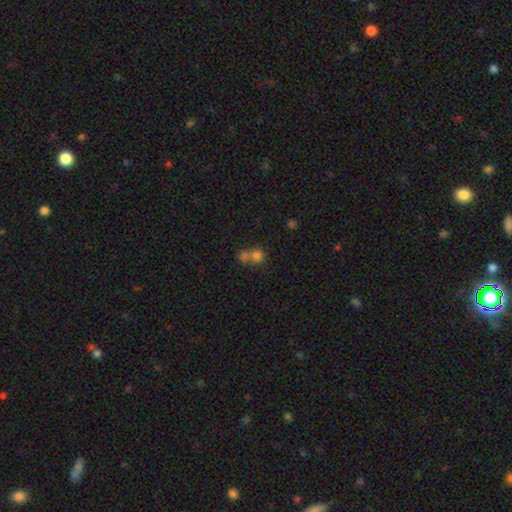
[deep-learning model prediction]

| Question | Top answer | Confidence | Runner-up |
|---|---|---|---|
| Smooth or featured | smooth | 72% | star or artifact (16%) |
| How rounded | round | 82% | in between (16%) |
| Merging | merger | 57% | none (34%) |